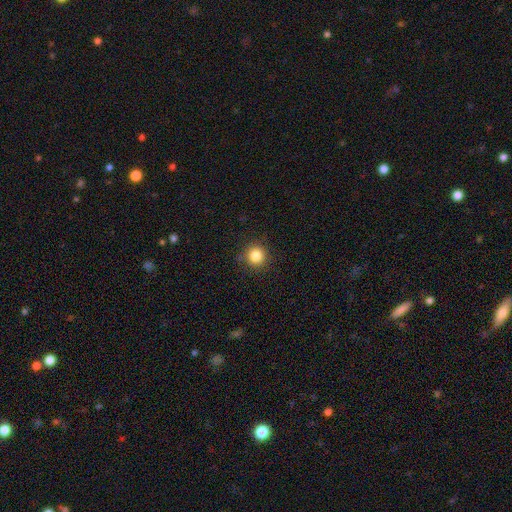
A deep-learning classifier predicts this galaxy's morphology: This appears to be a smooth galaxy with no disk features (84%) that is round (94%). Merging: none (90%).